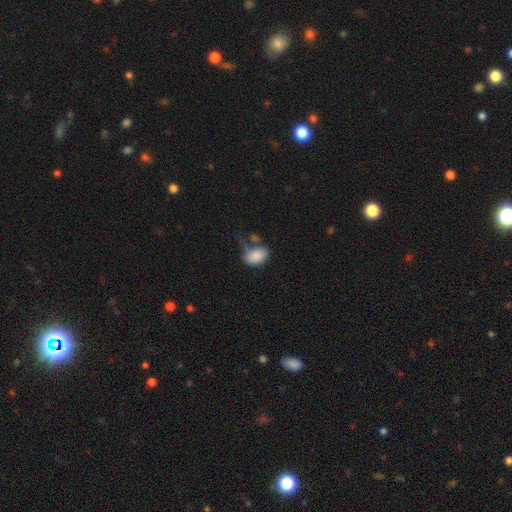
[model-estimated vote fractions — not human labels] A smooth galaxy with no disk features (83%) that is in between round and cigar-shaped (86%). Merging: none (34%).